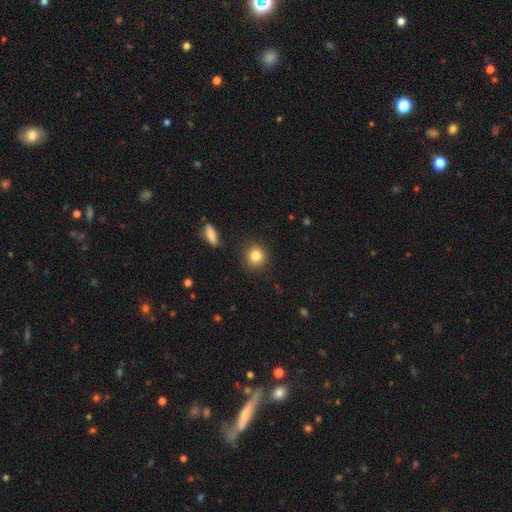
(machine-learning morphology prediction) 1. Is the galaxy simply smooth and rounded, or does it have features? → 84% smooth, 10% star or artifact, 7% featured or disk.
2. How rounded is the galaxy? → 90% round, 9% in between, 1% cigar-shaped.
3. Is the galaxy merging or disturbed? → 89% none, 7% minor disturbance, 2% major disturbance, 2% merger.